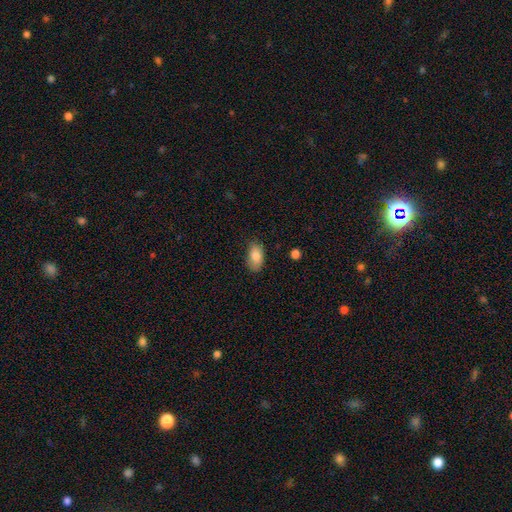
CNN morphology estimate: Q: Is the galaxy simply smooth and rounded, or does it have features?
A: smooth — 85%.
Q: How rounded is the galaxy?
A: in between — 92%.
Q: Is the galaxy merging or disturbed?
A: none — 73%.